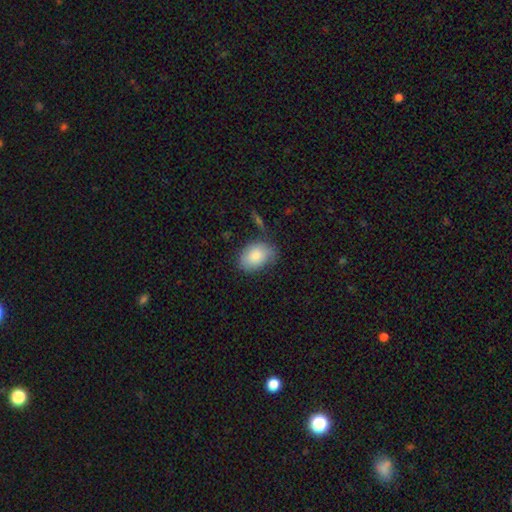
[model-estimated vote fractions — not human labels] Morphology: type=smooth (83%); roundness=in between (82%); merging=none (66%).